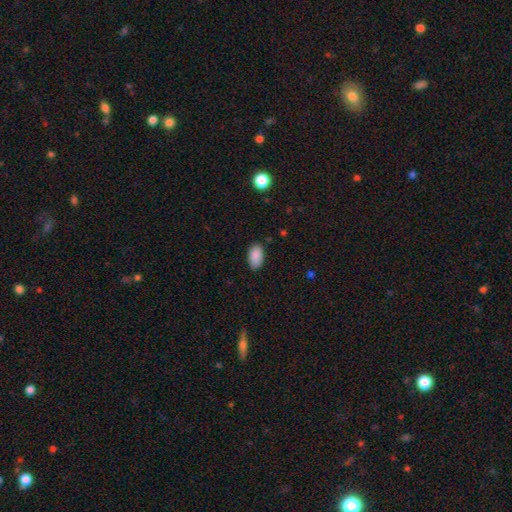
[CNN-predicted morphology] A smooth galaxy with no disk features (89%) that is in between round and cigar-shaped (94%). Merging: none (82%).